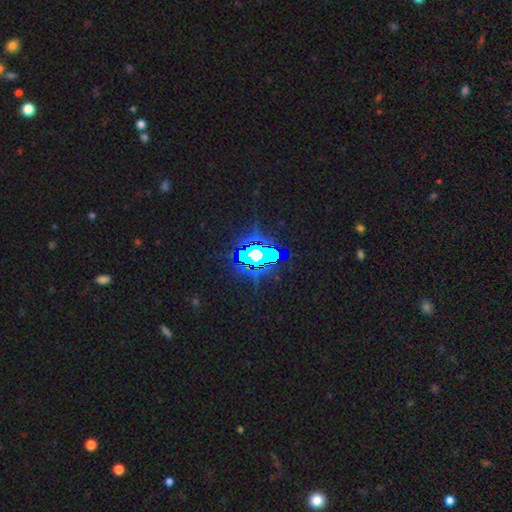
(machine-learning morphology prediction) The model was most divided on "smooth or featured": star or artifact: 66%, featured or disk: 21%, smooth: 13%.